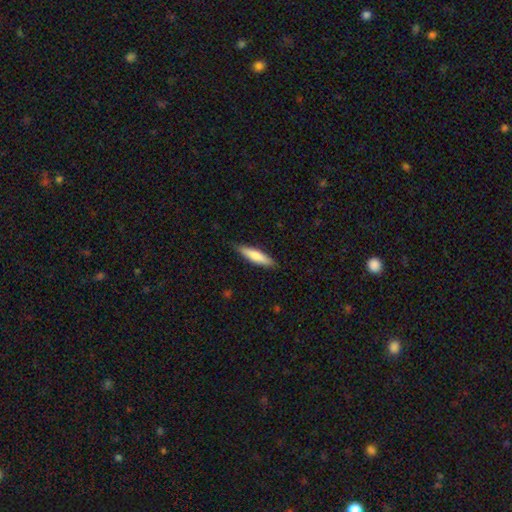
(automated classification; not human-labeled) This is likely a smooth galaxy (74%). How rounded: likely cigar-shaped (77%). Merging: clearly none (87%).